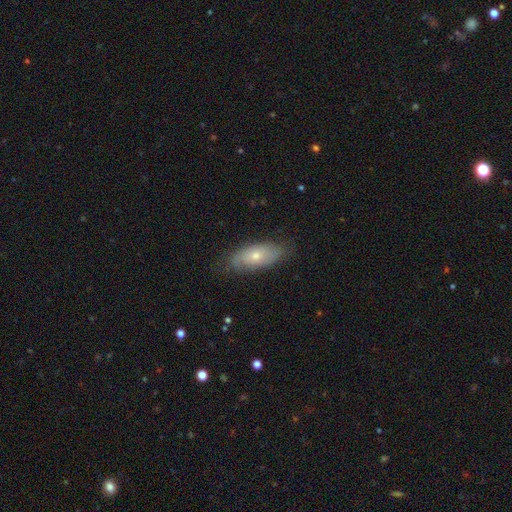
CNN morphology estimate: Smooth or featured? Predicted: smooth (p=0.53). How rounded? Predicted: in between (p=0.83). Merging? Predicted: none (p=0.76).